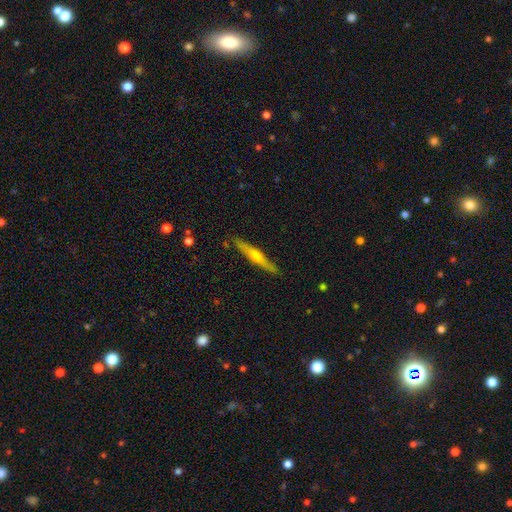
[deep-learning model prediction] smooth_or_featured: featured or disk (p=0.65) [alt: smooth p=0.29]
disk_edge_on: yes (p=0.97) [alt: no p=0.03]
edge_on_bulge: rounded (p=0.81) [alt: none p=0.12]
merging: none (p=0.90) [alt: minor disturbance p=0.07]